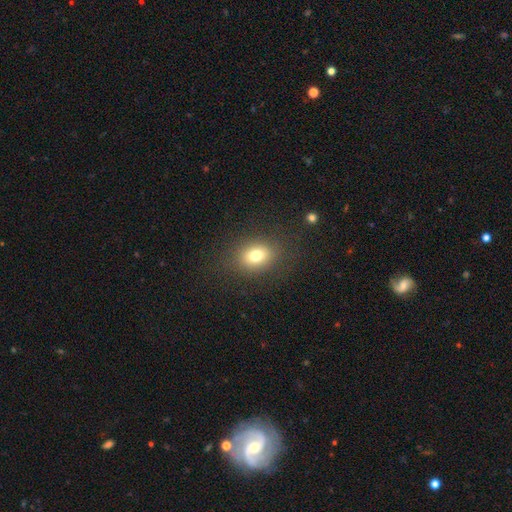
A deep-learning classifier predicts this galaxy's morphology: This appears to be a smooth galaxy with no disk features (76%) that is in between round and cigar-shaped (59%). Merging: none (84%).